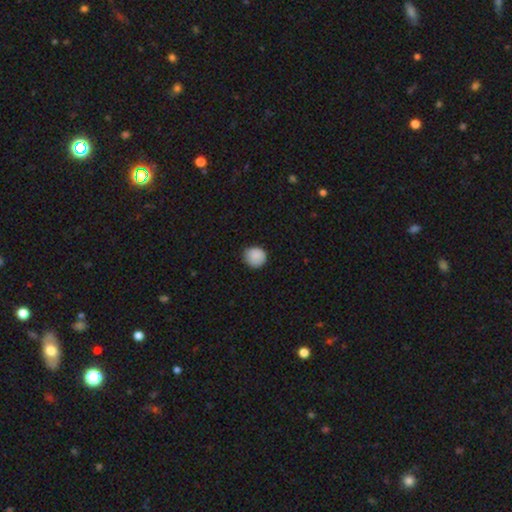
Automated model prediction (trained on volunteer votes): Morphology: type=smooth (87%); roundness=round (87%); merging=none (81%).